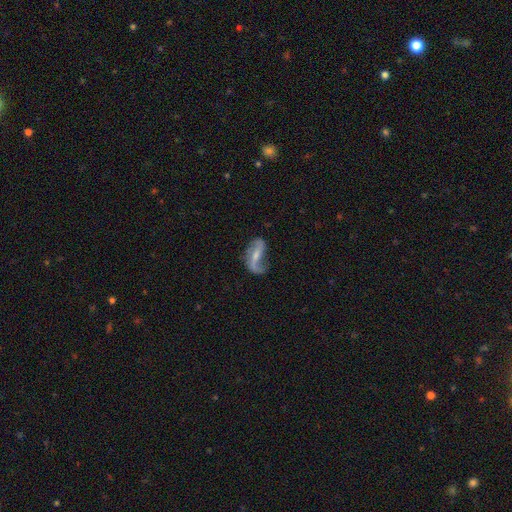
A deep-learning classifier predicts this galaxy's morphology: smooth_or_featured: featured or disk (p=0.76) [alt: smooth p=0.18]
disk_edge_on: no (p=0.94) [alt: yes p=0.06]
bar: weak (p=0.40) [alt: strong p=0.35]
has_spiral_arms: yes (p=0.89) [alt: no p=0.11]
spiral_winding: loose (p=0.76) [alt: medium p=0.19]
spiral_arm_count: 2 (p=0.76) [alt: 1 p=0.17]
bulge_size: small (p=0.49) [alt: moderate p=0.33]
merging: none (p=0.47) [alt: minor disturbance p=0.25]